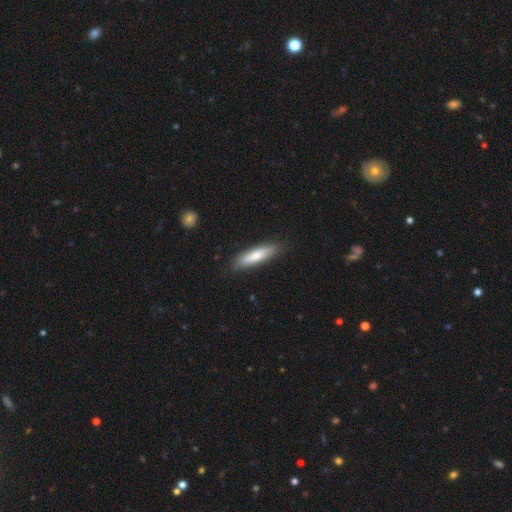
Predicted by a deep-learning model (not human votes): Smooth or featured? Predicted: smooth (p=0.75). How rounded? Predicted: cigar-shaped (p=0.71). Merging? Predicted: none (p=0.85).